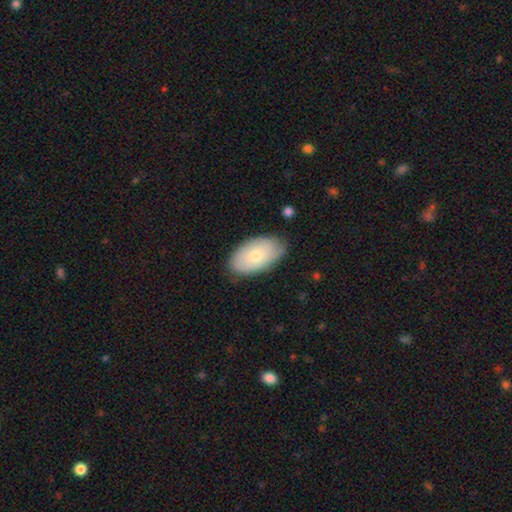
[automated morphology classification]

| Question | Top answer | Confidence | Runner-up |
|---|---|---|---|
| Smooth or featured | smooth | 67% | featured or disk (28%) |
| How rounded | in between | 95% | round (4%) |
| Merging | none | 78% | minor disturbance (17%) |